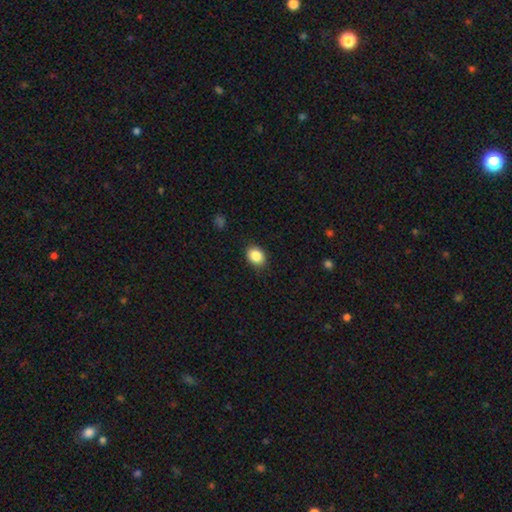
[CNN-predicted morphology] A smooth galaxy with no disk features (86%) that is in between round and cigar-shaped (62%).

Vote fractions:
- Smooth or featured? smooth: 86% / star or artifact: 9% / featured or disk: 5%
- How rounded? in between: 62% / round: 37% / cigar-shaped: 1%
- Merging? none: 86% / minor disturbance: 11% / major disturbance: 3% / merger: 1%